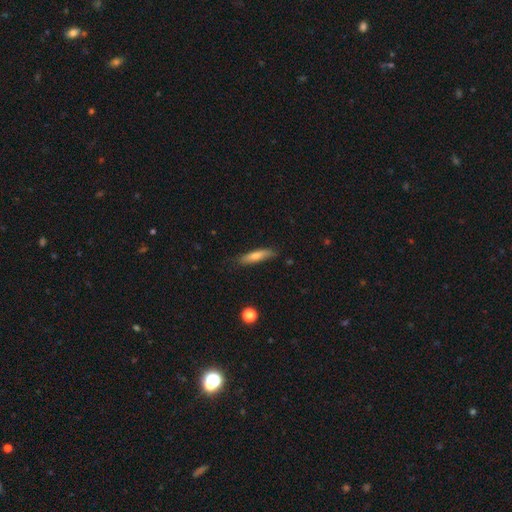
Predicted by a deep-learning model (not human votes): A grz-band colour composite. It shows a smooth galaxy with no disk features (67%) that is cigar-shaped (81%). Merging: none (83%).